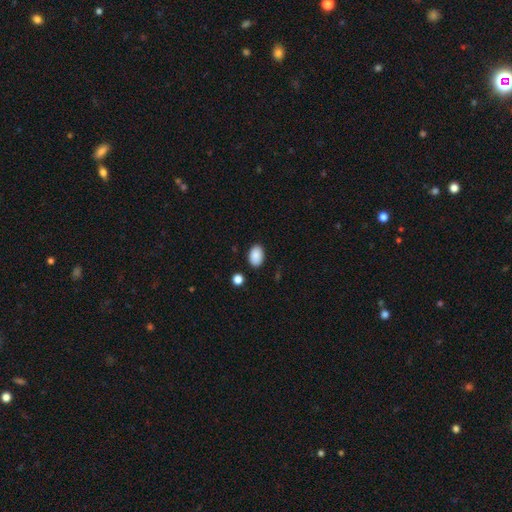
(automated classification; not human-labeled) This appears to be a smooth galaxy with no disk features (89%) that is in between round and cigar-shaped (88%). Merging: none (86%).